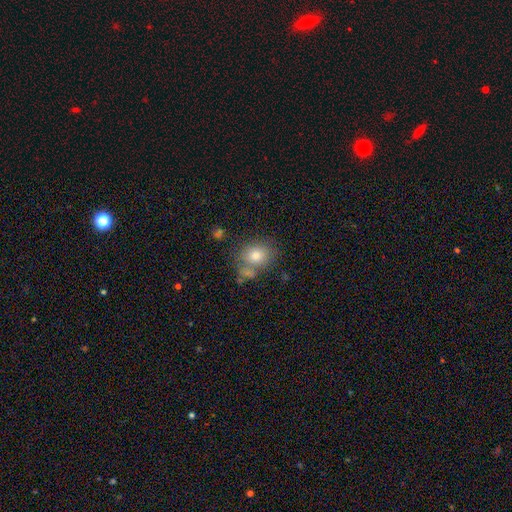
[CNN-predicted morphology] Smooth or featured? smooth (78%)
How rounded? round (65%)
Merging? none (63%)